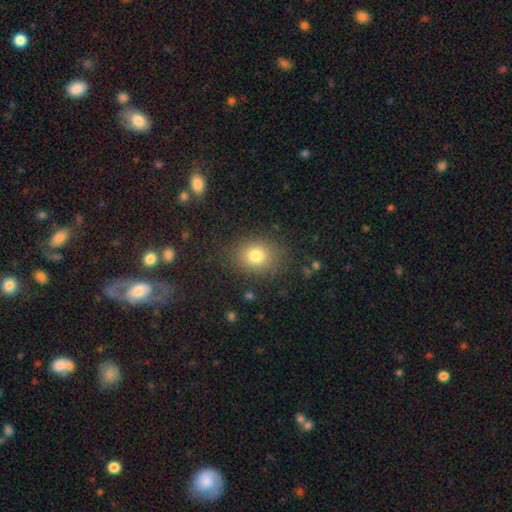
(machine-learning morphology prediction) type=smooth (79%); roundness=round (57%); merging=none (83%).